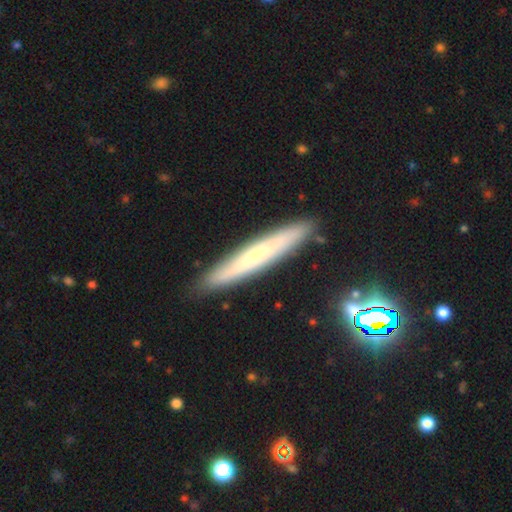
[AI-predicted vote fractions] A smooth galaxy with no disk features (51%) that is cigar-shaped (94%). Merging: none (88%).